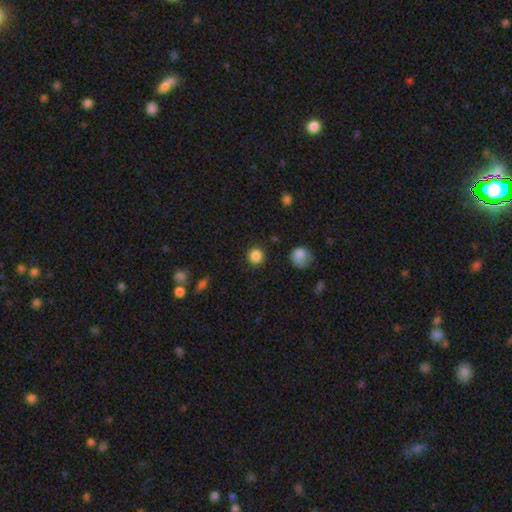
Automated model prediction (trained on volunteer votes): A smooth galaxy with no disk features (85%) that is round (93%).

Vote fractions:
- Smooth or featured? smooth: 85% / star or artifact: 11% / featured or disk: 4%
- How rounded? round: 93% / in between: 6% / cigar-shaped: 1%
- Merging? none: 89% / minor disturbance: 7% / major disturbance: 2% / merger: 2%